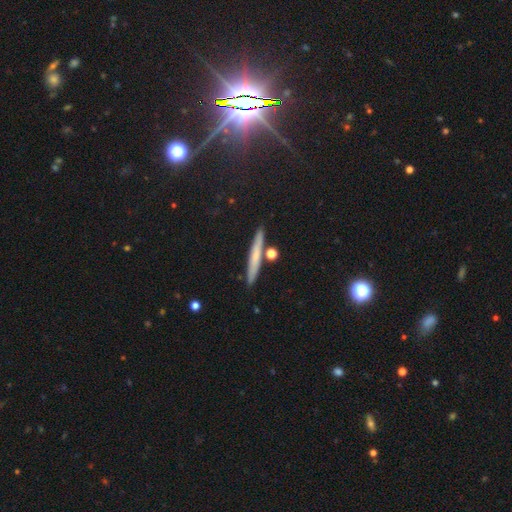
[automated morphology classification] A smooth galaxy with no disk features (57%) that is cigar-shaped (93%). Merging: none (85%).